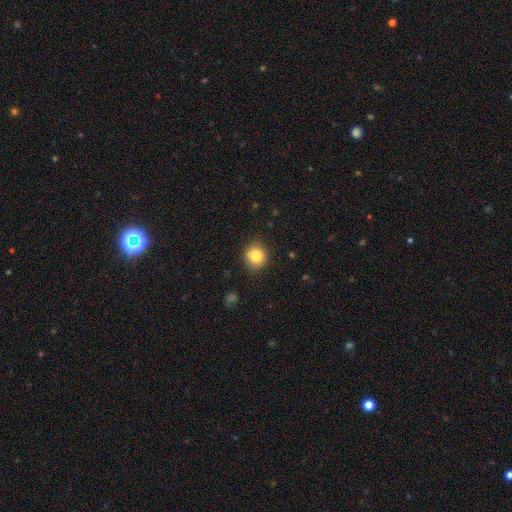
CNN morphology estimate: smooth_or_featured: smooth (p=0.84) [alt: star or artifact p=0.10]
how_rounded: round (p=0.84) [alt: in between p=0.15]
merging: none (p=0.84) [alt: minor disturbance p=0.12]